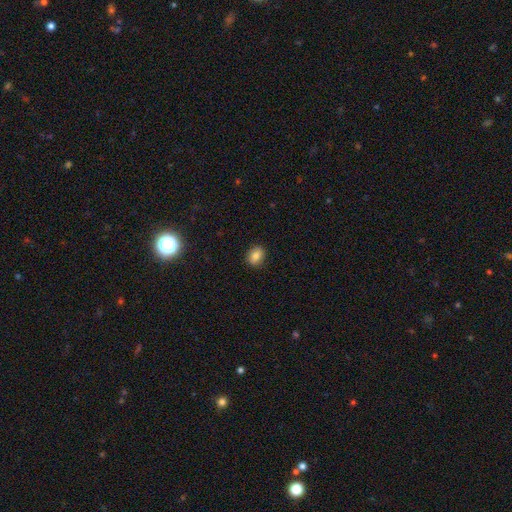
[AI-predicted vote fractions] Q: Smooth or featured?
A: smooth (82%); runner-up: star or artifact (10%)
Q: How rounded?
A: in between (51%); runner-up: round (48%)
Q: Merging?
A: none (89%); runner-up: minor disturbance (8%)